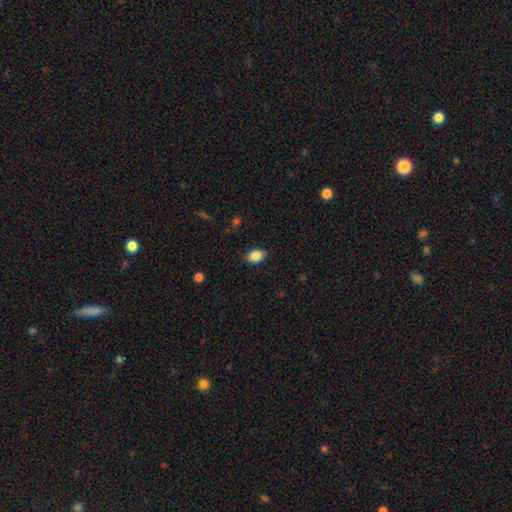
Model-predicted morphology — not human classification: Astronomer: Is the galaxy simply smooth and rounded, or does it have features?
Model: smooth — 87%.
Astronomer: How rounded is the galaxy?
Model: in between — 82%.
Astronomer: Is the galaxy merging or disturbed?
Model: none — 83%.